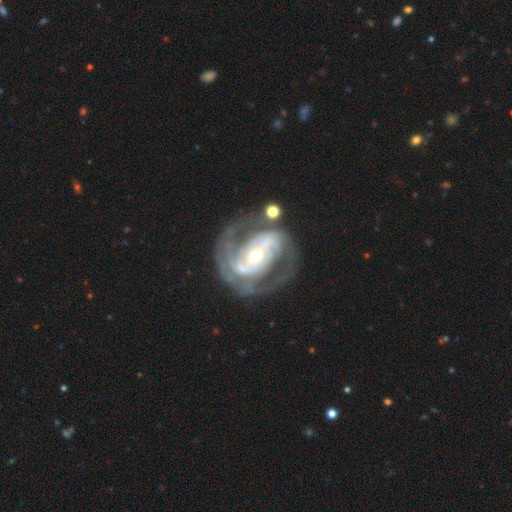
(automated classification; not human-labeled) This appears to be a featured or disk galaxy (88%) with a strong bar (39%), 2 (67%) medium (45%) spiral arms (92%) and a small central bulge (63%). Merging: none (64%).